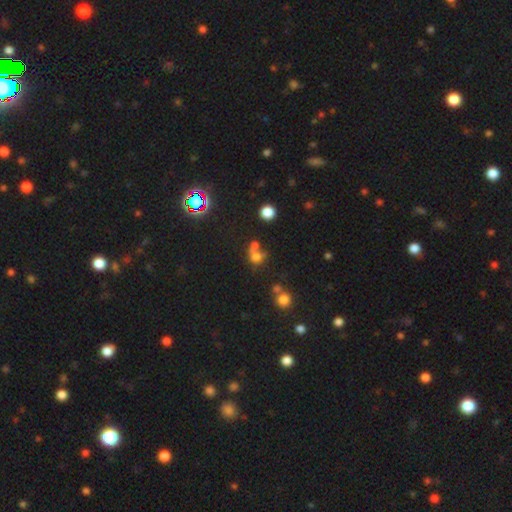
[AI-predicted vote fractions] smooth-or-featured: smooth: 61% | star or artifact: 25% | featured or disk: 14%
  how-rounded: round: 76% | in between: 23% | cigar-shaped: 1%
  merging: merger: 47% | none: 37% | minor disturbance: 9% | major disturbance: 7%